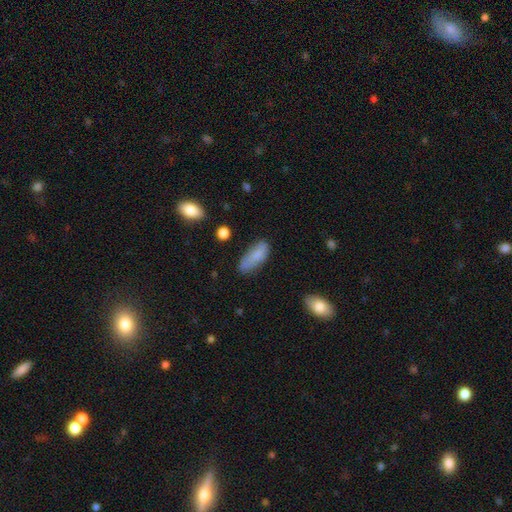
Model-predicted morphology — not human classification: This is clearly a smooth galaxy (81%). How rounded: likely in between (73%). Merging: possibly none (60%).